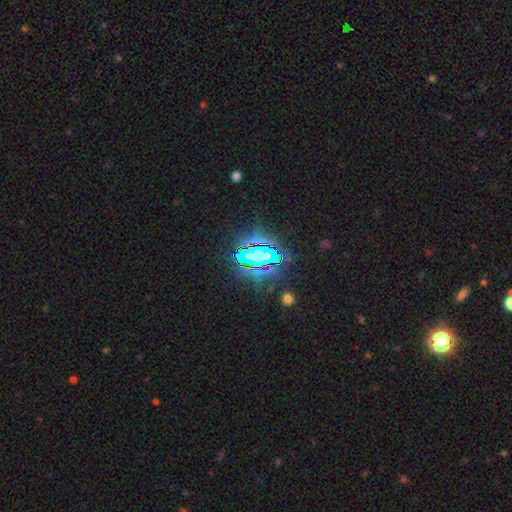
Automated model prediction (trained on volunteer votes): smooth-or-featured: star or artifact: 76% | smooth: 12% | featured or disk: 11%